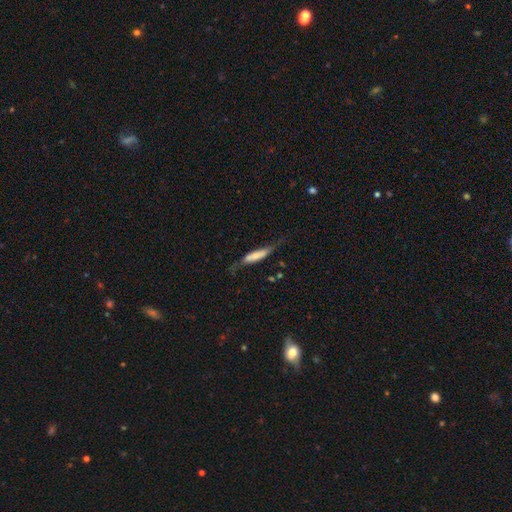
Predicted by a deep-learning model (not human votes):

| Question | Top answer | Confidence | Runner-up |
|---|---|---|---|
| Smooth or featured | smooth | 51% | featured or disk (43%) |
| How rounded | cigar-shaped | 74% | in between (24%) |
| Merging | none | 56% | minor disturbance (26%) |